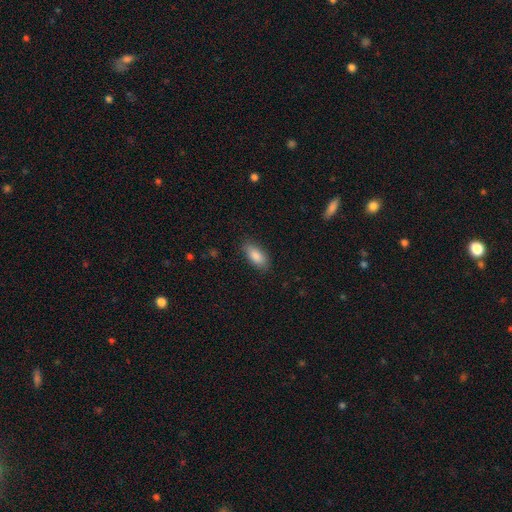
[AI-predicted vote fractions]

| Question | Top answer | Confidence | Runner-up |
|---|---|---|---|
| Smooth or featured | smooth | 87% | featured or disk (7%) |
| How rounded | in between | 86% | cigar-shaped (12%) |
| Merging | none | 83% | minor disturbance (12%) |